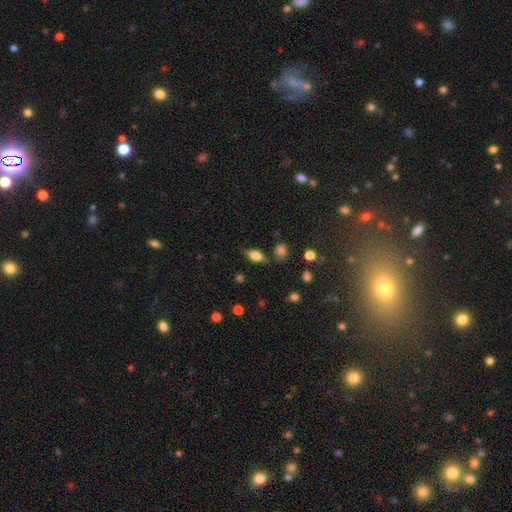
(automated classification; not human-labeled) A smooth galaxy with no disk features (46%). Merging: none (77%).